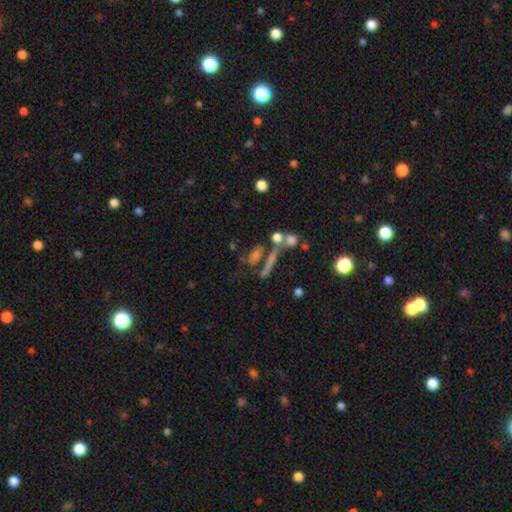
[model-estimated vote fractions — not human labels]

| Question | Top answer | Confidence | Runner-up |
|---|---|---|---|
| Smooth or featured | smooth | 46% | featured or disk (32%) |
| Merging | none | 52% | merger (28%) |